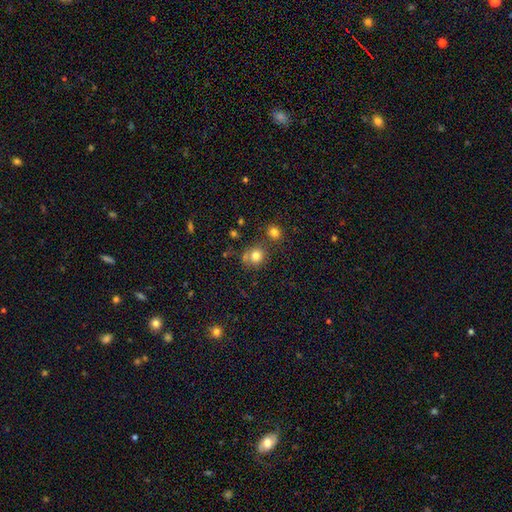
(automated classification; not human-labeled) Smooth or featured? smooth (78%)
How rounded? round (79%)
Merging? none (63%)